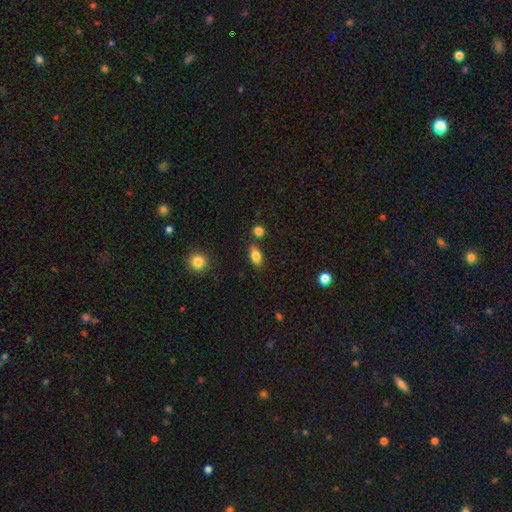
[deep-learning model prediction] Smooth or featured: smooth — 83% (star or artifact — 9%)
How rounded: in between — 87% (round — 10%)
Merging: none — 79% (minor disturbance — 11%)